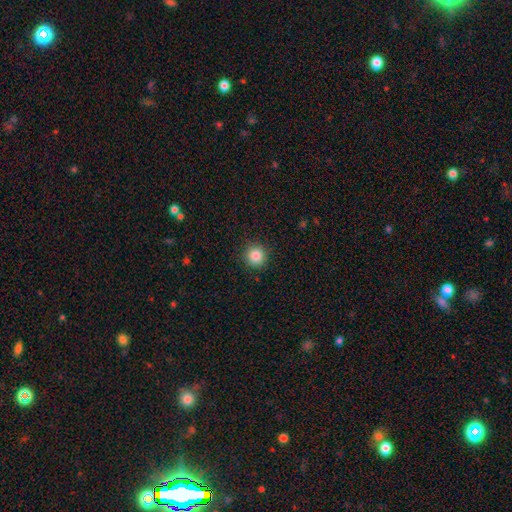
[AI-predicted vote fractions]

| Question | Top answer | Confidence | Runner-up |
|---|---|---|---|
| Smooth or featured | smooth | 85% | star or artifact (10%) |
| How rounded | round | 94% | in between (5%) |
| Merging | none | 91% | minor disturbance (6%) |